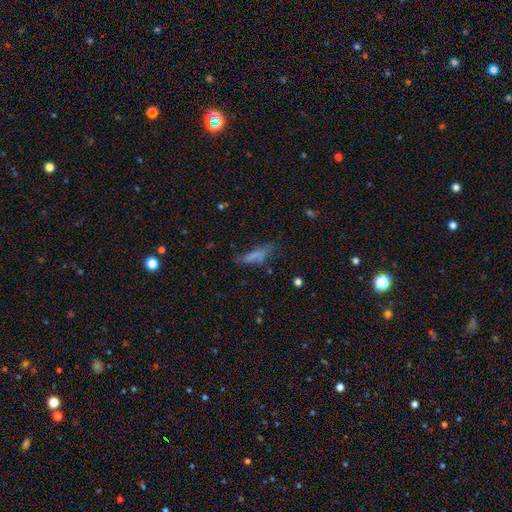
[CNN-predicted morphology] Smooth or featured? smooth (63%)
How rounded? cigar-shaped (66%)
Merging? none (46%)